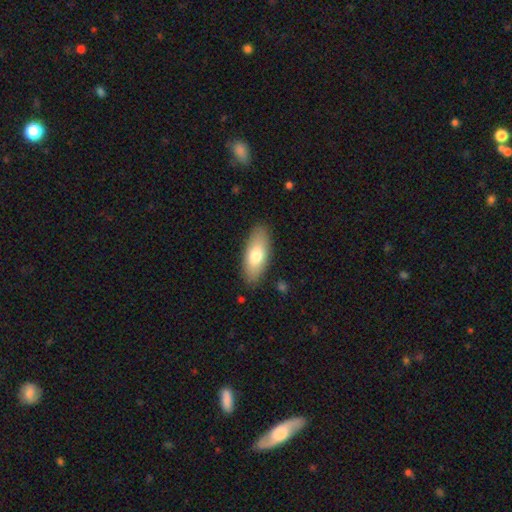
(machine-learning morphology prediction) type=smooth (73%); roundness=in between (80%); merging=none (87%).